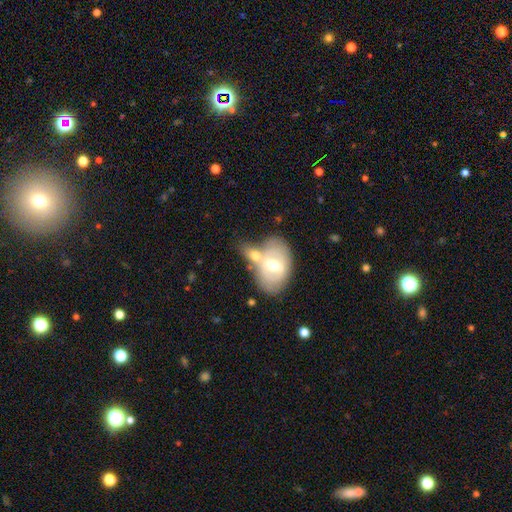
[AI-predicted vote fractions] Smooth or featured? featured or disk (54%)
Edge-on disk? no (91%)
Merging? none (40%)